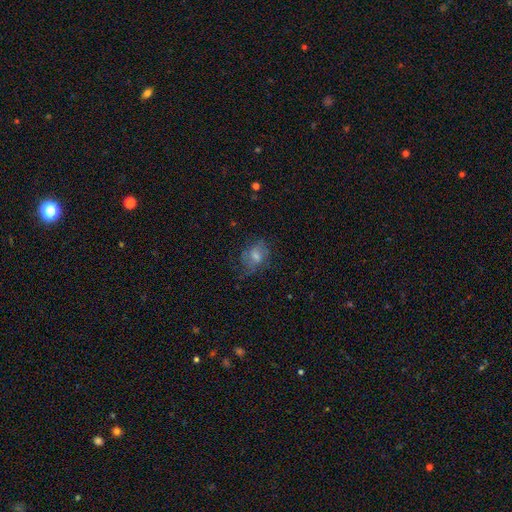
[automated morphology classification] This appears to be a smooth galaxy with no disk features (44%). Merging: none (63%).